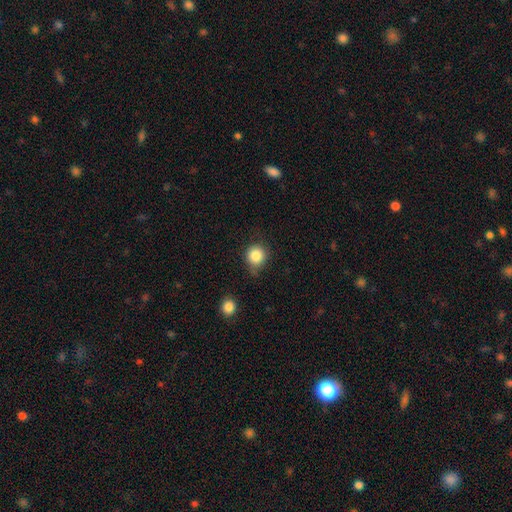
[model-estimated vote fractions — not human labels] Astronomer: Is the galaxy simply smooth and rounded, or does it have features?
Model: smooth — 85%.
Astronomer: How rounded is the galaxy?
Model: round — 90%.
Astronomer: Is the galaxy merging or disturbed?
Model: none — 72%.